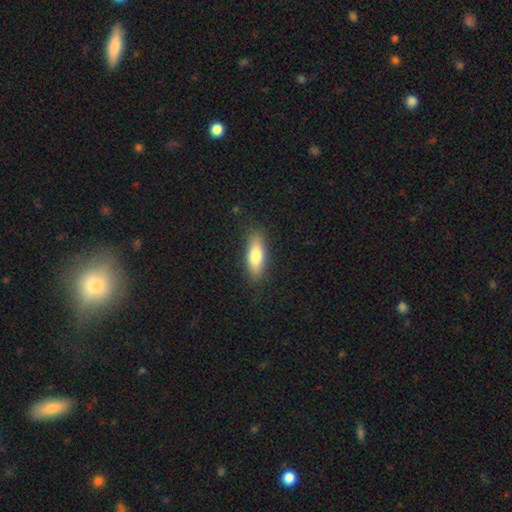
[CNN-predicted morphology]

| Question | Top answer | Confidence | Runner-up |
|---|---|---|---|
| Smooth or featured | smooth | 75% | featured or disk (19%) |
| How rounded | in between | 59% | cigar-shaped (38%) |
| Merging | none | 85% | minor disturbance (11%) |